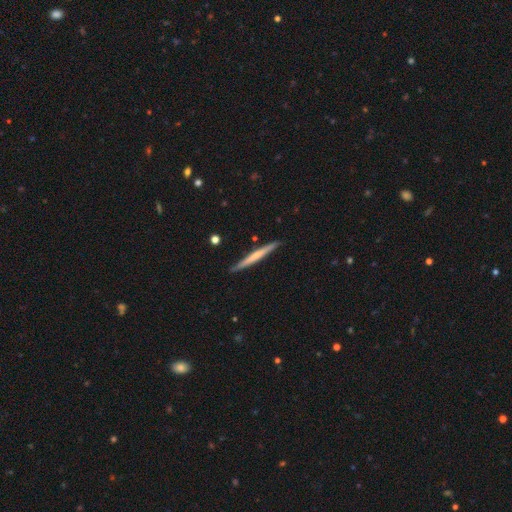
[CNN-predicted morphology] Overall: featured or disk (49%; smooth 46%). Merging: none (89%).